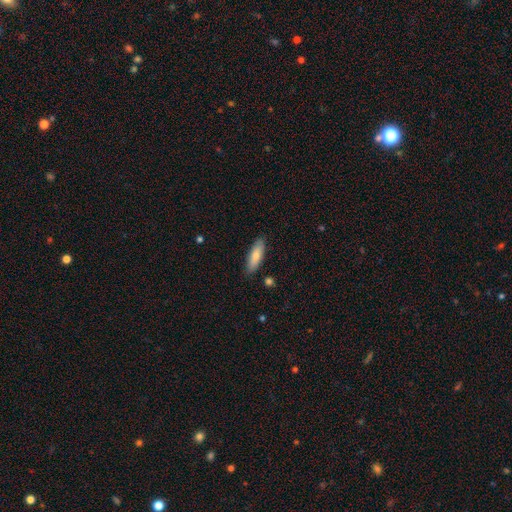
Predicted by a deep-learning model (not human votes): Smooth or featured?
  - smooth: 76% *
  - featured or disk: 18%
  - star or artifact: 6%
How rounded?
  - in between: 54% *
  - cigar-shaped: 44%
  - round: 2%
Merging?
  - none: 86% *
  - minor disturbance: 11%
  - major disturbance: 2%
  - merger: 2%